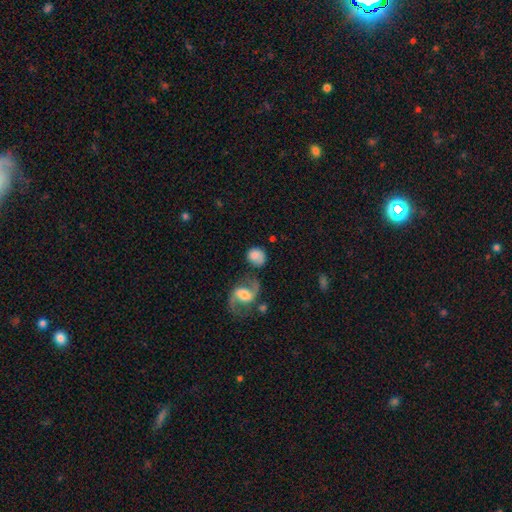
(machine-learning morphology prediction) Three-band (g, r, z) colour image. It shows a smooth galaxy with no disk features (62%) that is round (69%). Merging: none (54%).